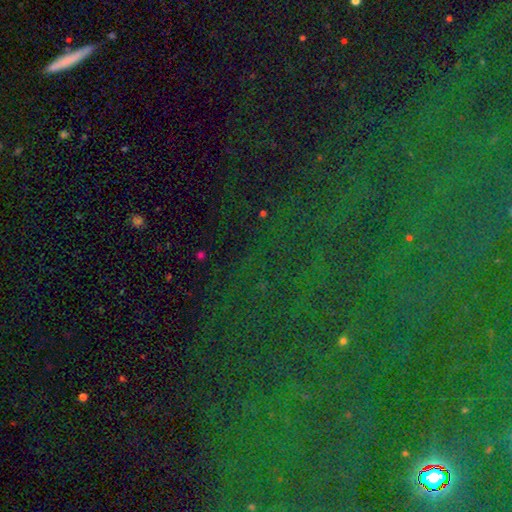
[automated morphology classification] Overall: star or artifact (82%).